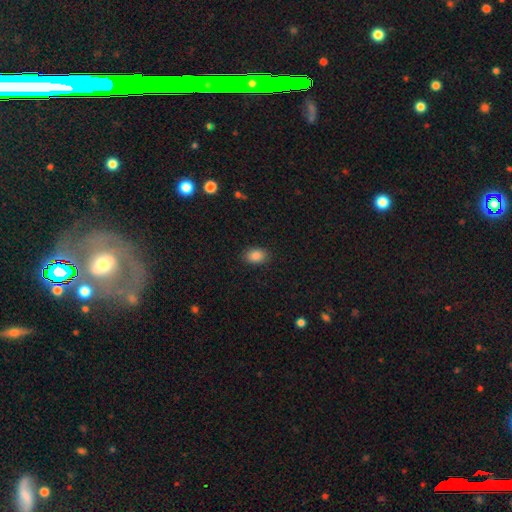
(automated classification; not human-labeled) A smooth galaxy with no disk features (87%) that is in between round and cigar-shaped (80%).

Vote fractions:
- Smooth or featured? smooth: 87% / star or artifact: 9% / featured or disk: 4%
- How rounded? in between: 80% / round: 19% / cigar-shaped: 1%
- Merging? none: 88% / minor disturbance: 8% / major disturbance: 2% / merger: 1%